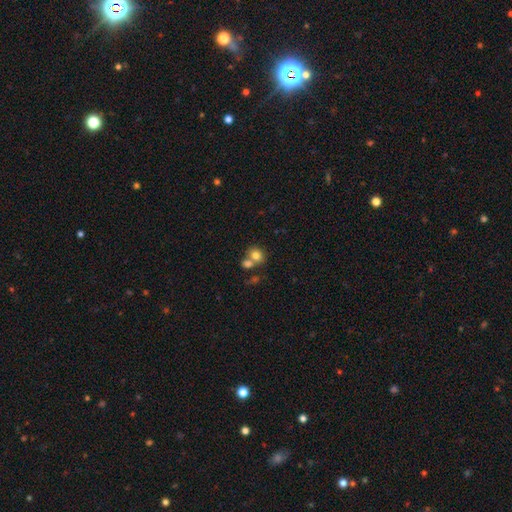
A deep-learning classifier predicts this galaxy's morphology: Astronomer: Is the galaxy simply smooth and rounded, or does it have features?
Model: smooth — 78%.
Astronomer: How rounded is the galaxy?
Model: round — 62% (runner-up: in between, 37%).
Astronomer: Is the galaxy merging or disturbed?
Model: none — 45% (runner-up: merger, 42%).